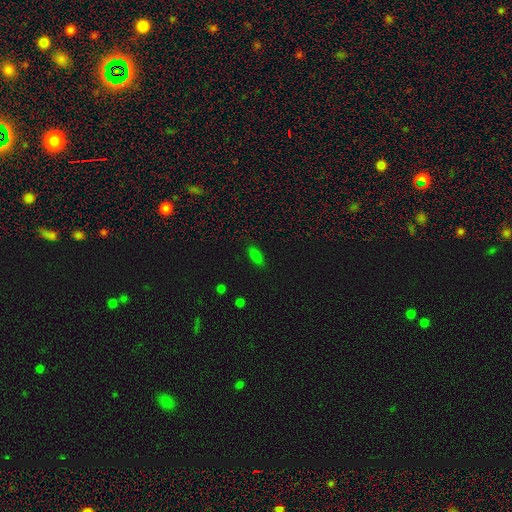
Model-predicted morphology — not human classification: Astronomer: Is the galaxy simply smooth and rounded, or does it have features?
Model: smooth — 78%.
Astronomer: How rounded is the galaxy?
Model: in between — 79%.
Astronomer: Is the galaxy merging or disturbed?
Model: none — 85%.